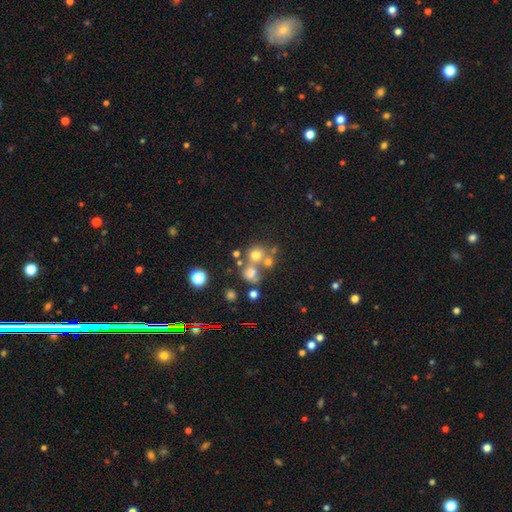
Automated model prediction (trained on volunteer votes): Smooth or featured?
  - smooth: 64% *
  - star or artifact: 20%
  - featured or disk: 16%
How rounded?
  - round: 85% *
  - in between: 14%
  - cigar-shaped: 1%
Merging?
  - none: 52% *
  - merger: 34%
  - minor disturbance: 9%
  - major disturbance: 5%